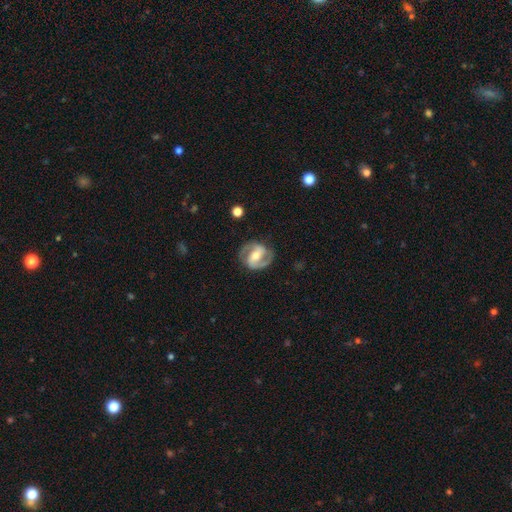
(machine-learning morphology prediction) Smooth or featured? Predicted: featured or disk (p=0.85). Edge-on disk? Predicted: no (p=0.97). Bar? Predicted: strong (p=0.45). Spiral arms? Predicted: yes (p=0.93). Spiral winding? Predicted: medium (p=0.53). Spiral arm count? Predicted: 2 (p=0.91). Bulge size? Predicted: moderate (p=0.63). Merging? Predicted: none (p=0.83).